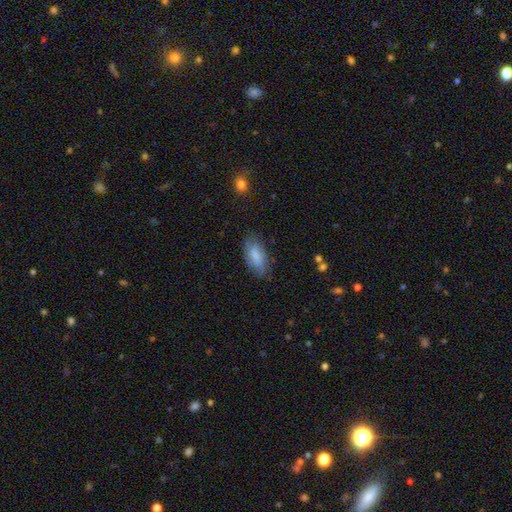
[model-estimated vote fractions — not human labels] A smooth galaxy with no disk features (74%) that is in between round and cigar-shaped (89%). Merging: none (74%).